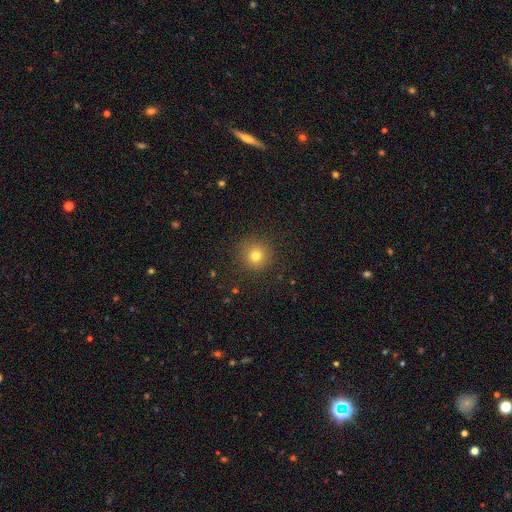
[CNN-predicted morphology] smooth_or_featured: smooth (p=0.77) [alt: star or artifact p=0.15]
how_rounded: round (p=0.94) [alt: in between p=0.05]
merging: none (p=0.90) [alt: minor disturbance p=0.07]